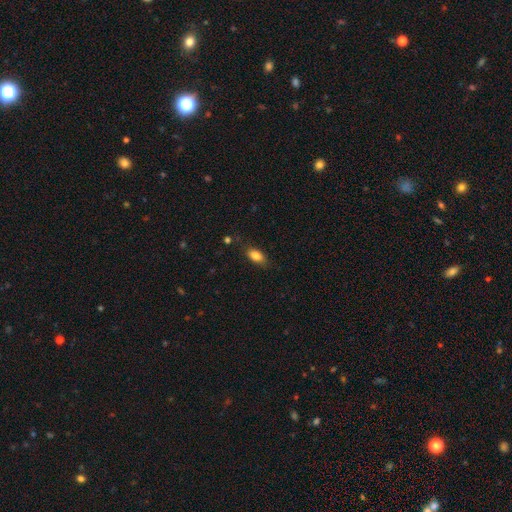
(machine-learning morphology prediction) smooth_or_featured: smooth (p=0.83) [alt: featured or disk p=0.08]
how_rounded: in between (p=0.87) [alt: cigar-shaped p=0.07]
merging: none (p=0.79) [alt: minor disturbance p=0.15]